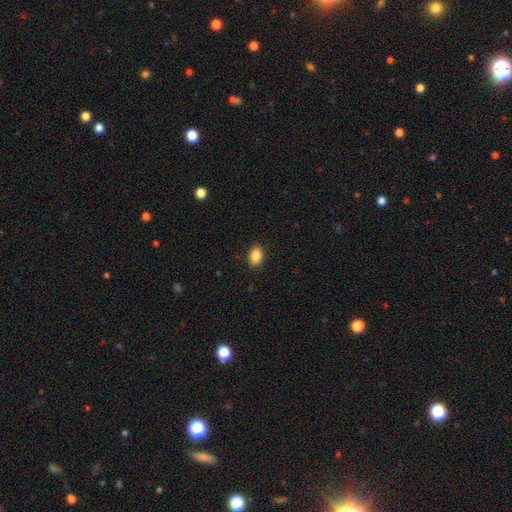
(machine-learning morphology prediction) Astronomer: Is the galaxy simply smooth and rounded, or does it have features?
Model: smooth — 88%.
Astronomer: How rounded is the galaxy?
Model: in between — 85%.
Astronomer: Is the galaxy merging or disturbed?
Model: none — 89%.